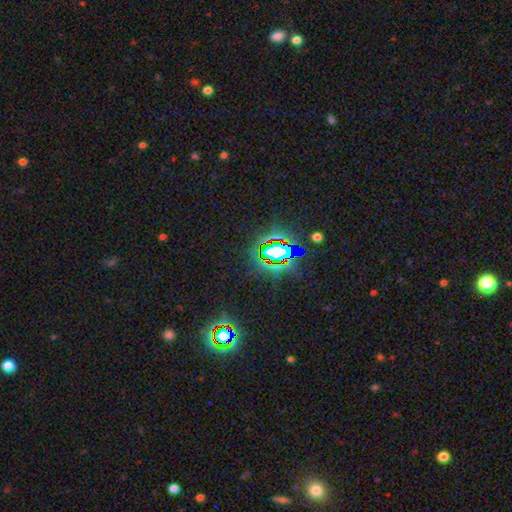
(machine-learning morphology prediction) Smooth or featured: star or artifact — 79% (smooth — 12%)